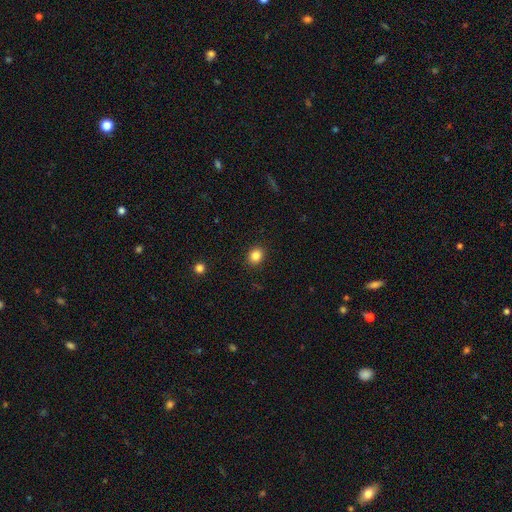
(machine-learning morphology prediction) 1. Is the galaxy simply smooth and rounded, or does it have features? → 85% smooth, 11% star or artifact, 5% featured or disk.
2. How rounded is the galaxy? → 61% round, 38% in between, 1% cigar-shaped.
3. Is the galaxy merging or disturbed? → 90% none, 7% minor disturbance, 2% major disturbance, 1% merger.